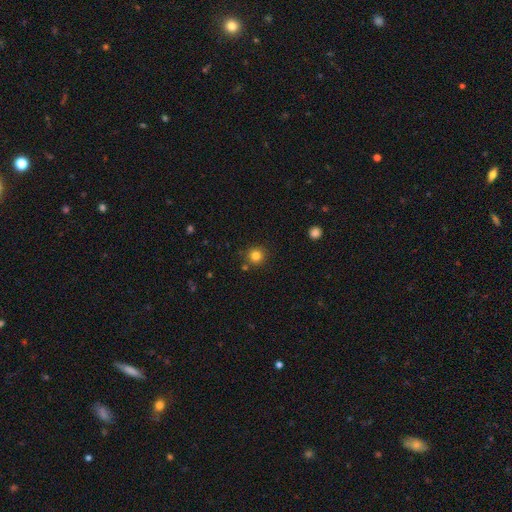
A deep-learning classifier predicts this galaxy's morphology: Smooth or featured? Predicted: smooth (p=0.82). How rounded? Predicted: round (p=0.94). Merging? Predicted: none (p=0.86).